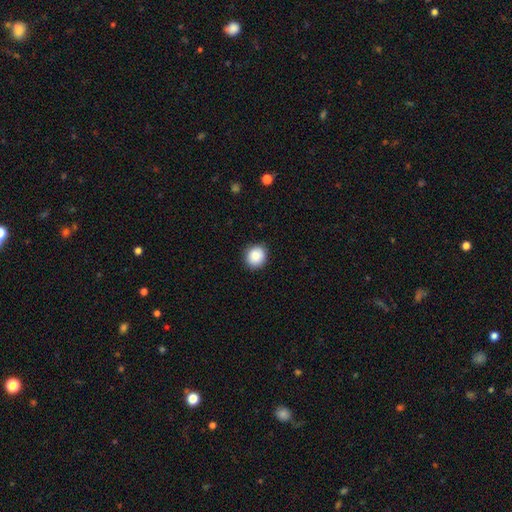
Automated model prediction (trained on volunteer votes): The model was most divided on "how rounded": round: 79%, in between: 20%, cigar-shaped: 1%. More confident: merging — none (88%); smooth or featured — smooth (87%).